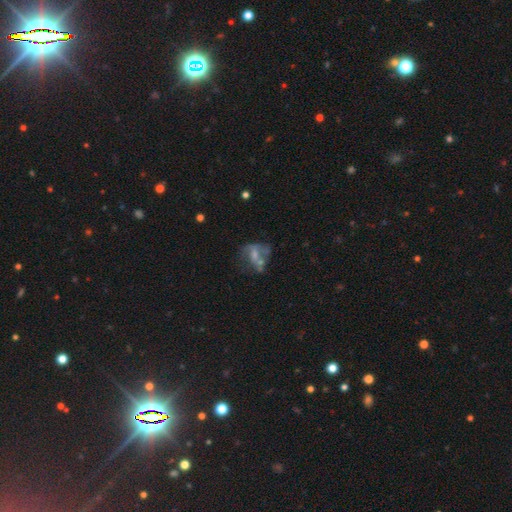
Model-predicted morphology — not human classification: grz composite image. It shows a featured or disk galaxy (54%) with no bar (72%), no spiral arms (76%) and a small central bulge (33%). Merging: none (29%).